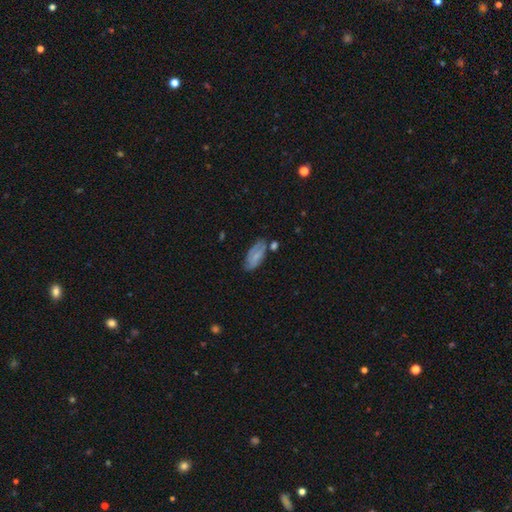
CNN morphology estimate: smooth-or-featured: smooth: 60% | featured or disk: 32% | star or artifact: 8%
  how-rounded: in between: 85% | cigar-shaped: 12% | round: 3%
  merging: none: 63% | minor disturbance: 23% | merger: 8% | major disturbance: 6%